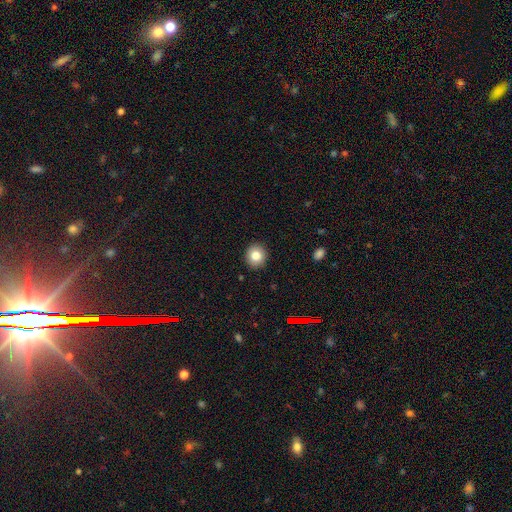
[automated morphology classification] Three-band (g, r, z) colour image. It shows a smooth galaxy with no disk features (82%) that is round (85%). Merging: none (91%).